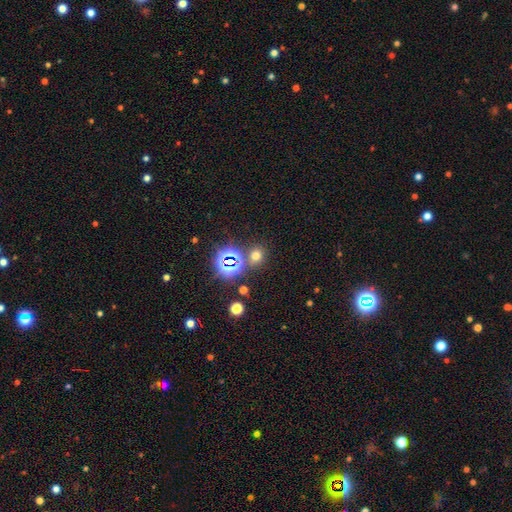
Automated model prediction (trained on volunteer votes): smooth-or-featured: smooth: 61% | star or artifact: 33% | featured or disk: 7%
  how-rounded: round: 78% | in between: 21% | cigar-shaped: 1%
  merging: none: 77% | merger: 11% | minor disturbance: 8% | major disturbance: 4%